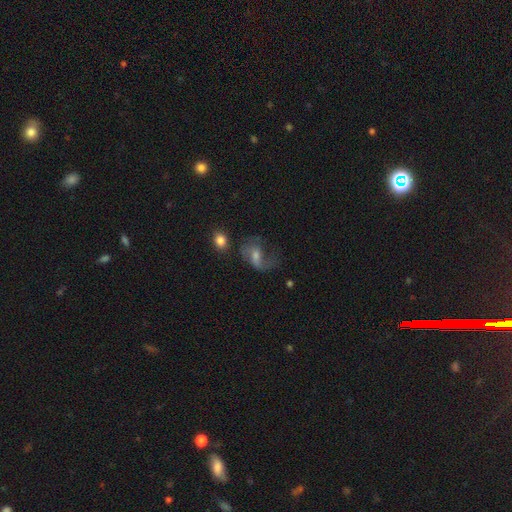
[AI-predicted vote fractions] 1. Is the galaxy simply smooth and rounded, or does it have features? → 55% featured or disk, 32% smooth, 13% star or artifact.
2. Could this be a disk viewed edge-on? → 96% no, 4% yes.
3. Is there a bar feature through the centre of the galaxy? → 46% no, 41% weak, 12% strong.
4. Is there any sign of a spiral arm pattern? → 76% yes, 24% no.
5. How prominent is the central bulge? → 45% moderate, 38% small, 9% none, 6% large, 2% dominant.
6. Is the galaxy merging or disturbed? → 38% major disturbance, 36% none, 21% minor disturbance, 6% merger.